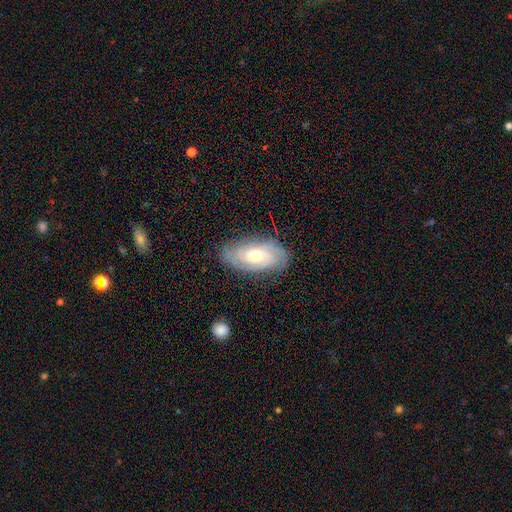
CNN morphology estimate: Q: Smooth or featured?
A: featured or disk (68%); runner-up: smooth (26%)
Q: Edge-on disk?
A: no (91%); runner-up: yes (9%)
Q: Bar?
A: no (68%); runner-up: weak (26%)
Q: Spiral arms?
A: yes (87%); runner-up: no (13%)
Q: Spiral winding?
A: tight (62%); runner-up: medium (29%)
Q: Spiral arm count?
A: can't tell (41%); runner-up: 2 (35%)
Q: Bulge size?
A: moderate (62%); runner-up: small (31%)
Q: Merging?
A: none (80%); runner-up: minor disturbance (15%)